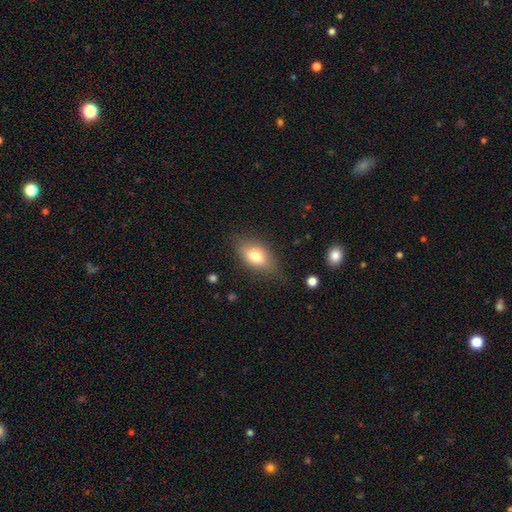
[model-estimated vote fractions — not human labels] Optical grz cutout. It shows a smooth galaxy with no disk features (70%) that is in between round and cigar-shaped (84%). Merging: none (71%).